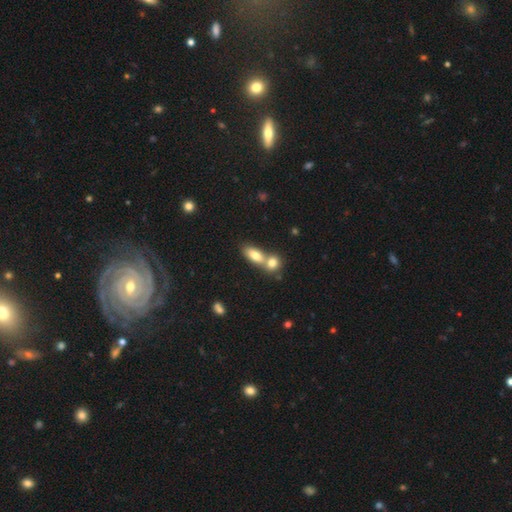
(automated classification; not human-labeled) Q: Smooth or featured?
A: smooth (74%); runner-up: featured or disk (17%)
Q: How rounded?
A: in between (77%); runner-up: round (12%)
Q: Merging?
A: merger (60%); runner-up: none (30%)